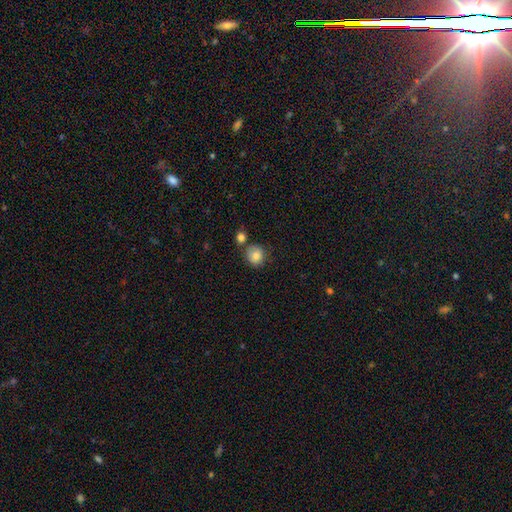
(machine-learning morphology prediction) smooth_or_featured: smooth (p=0.82) [alt: star or artifact p=0.09]
how_rounded: round (p=0.85) [alt: in between p=0.14]
merging: none (p=0.70) [alt: minor disturbance p=0.14]